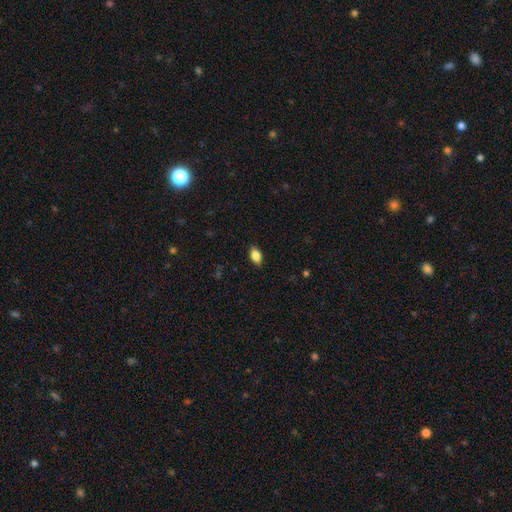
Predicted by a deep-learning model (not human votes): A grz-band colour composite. It shows a smooth galaxy with no disk features (85%) that is in between round and cigar-shaped (90%). Merging: none (87%).